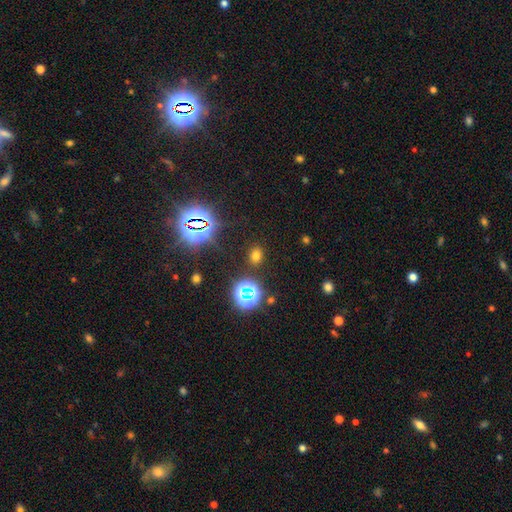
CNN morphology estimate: Smooth or featured? Predicted: smooth (p=0.61). How rounded? Predicted: in between (p=0.50). Merging? Predicted: none (p=0.85).